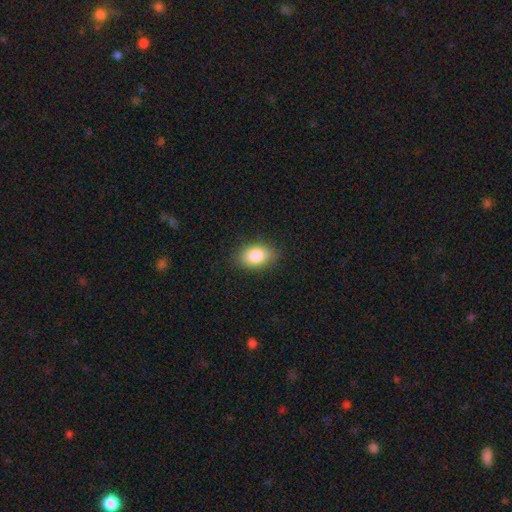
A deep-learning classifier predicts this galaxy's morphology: type=smooth (85%); roundness=in between (83%); merging=none (86%).